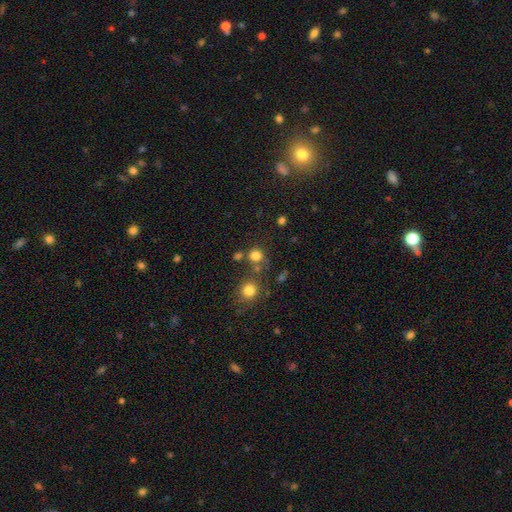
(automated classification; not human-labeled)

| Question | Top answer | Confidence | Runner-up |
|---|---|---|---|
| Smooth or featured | smooth | 79% | star or artifact (15%) |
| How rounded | round | 88% | in between (11%) |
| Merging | none | 67% | merger (18%) |